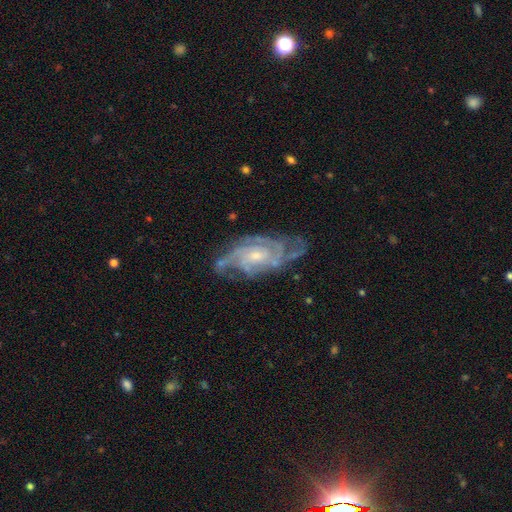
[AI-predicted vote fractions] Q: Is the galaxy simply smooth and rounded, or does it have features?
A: featured or disk — 89%.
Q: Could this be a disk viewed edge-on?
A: no — 96%.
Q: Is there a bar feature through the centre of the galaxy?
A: no — 62%.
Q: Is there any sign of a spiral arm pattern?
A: yes — 97%.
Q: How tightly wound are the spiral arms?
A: tight — 58%.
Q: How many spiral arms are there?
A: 3 — 27%.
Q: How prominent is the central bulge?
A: small — 58%.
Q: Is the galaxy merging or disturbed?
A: none — 68%.